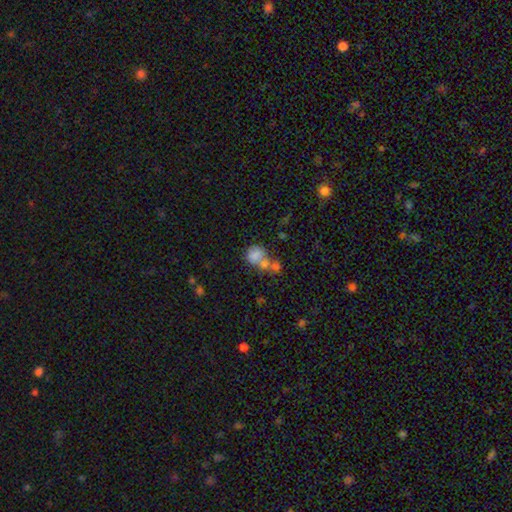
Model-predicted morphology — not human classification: This is likely a smooth galaxy (76%). How rounded: likely round (74%). Merging: possibly merger (50%).